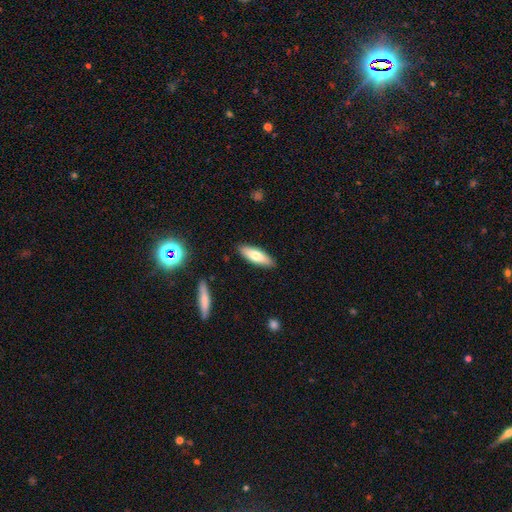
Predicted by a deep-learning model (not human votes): Smooth or featured: smooth — 71% (featured or disk — 23%)
How rounded: in between — 52% (cigar-shaped — 46%)
Merging: none — 88% (minor disturbance — 9%)